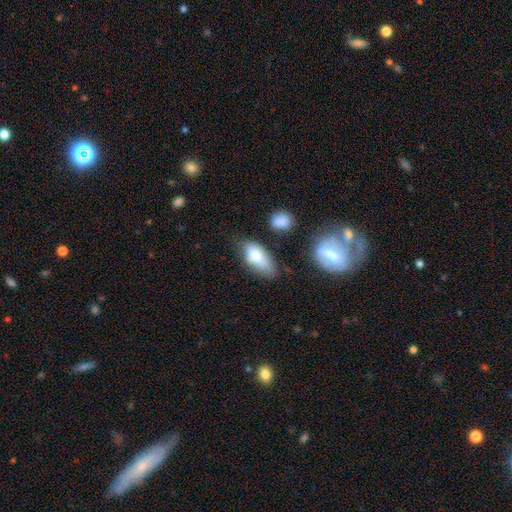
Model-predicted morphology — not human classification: smooth 75%, featured or disk 17%, star or artifact 8%. Down the decision tree: how rounded — in between (87%); merging — none (57%).